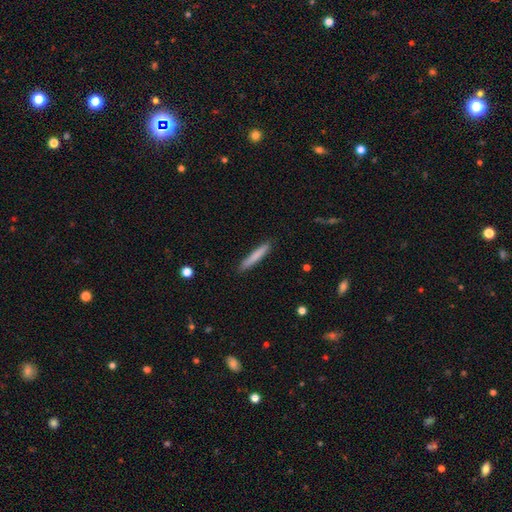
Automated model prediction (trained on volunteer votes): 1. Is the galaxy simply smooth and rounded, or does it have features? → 78% smooth, 16% featured or disk, 6% star or artifact.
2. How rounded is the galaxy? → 95% cigar-shaped, 4% in between, 1% round.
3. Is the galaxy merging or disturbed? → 90% none, 7% minor disturbance, 1% major disturbance, 1% merger.